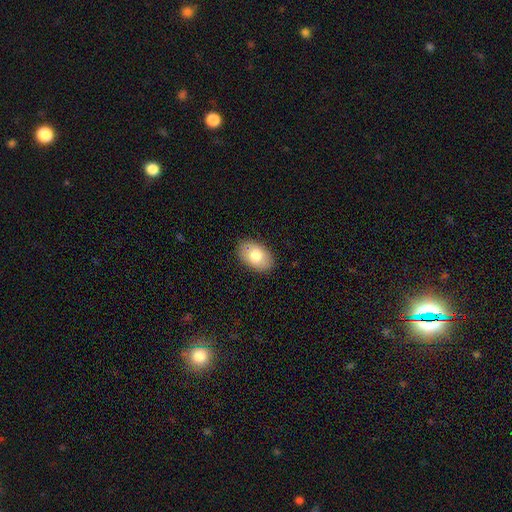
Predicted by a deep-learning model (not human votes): Overall: smooth (77%). How rounded: in between (90%). Merging: none (86%).